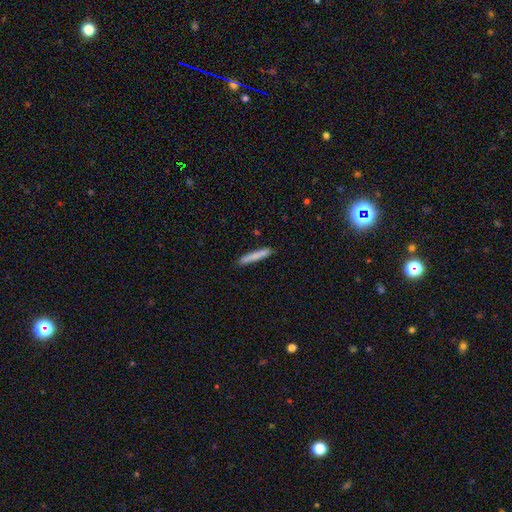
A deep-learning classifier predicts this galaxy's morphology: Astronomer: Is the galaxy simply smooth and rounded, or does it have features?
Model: smooth — 81%.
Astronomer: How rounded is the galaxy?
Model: cigar-shaped — 95%.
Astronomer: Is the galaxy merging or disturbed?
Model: none — 89%.